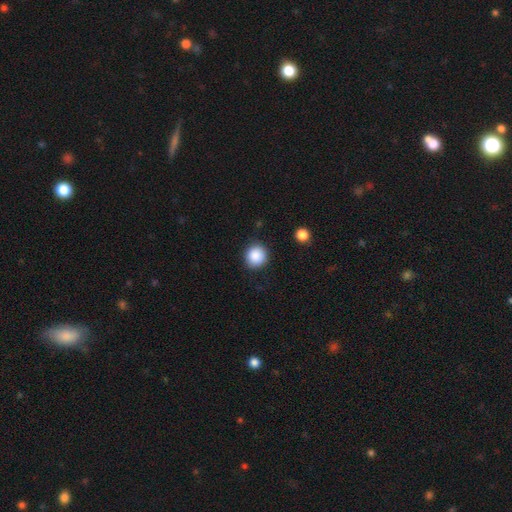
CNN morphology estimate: Overall: smooth (88%). How rounded: round (89%). Merging: none (86%).